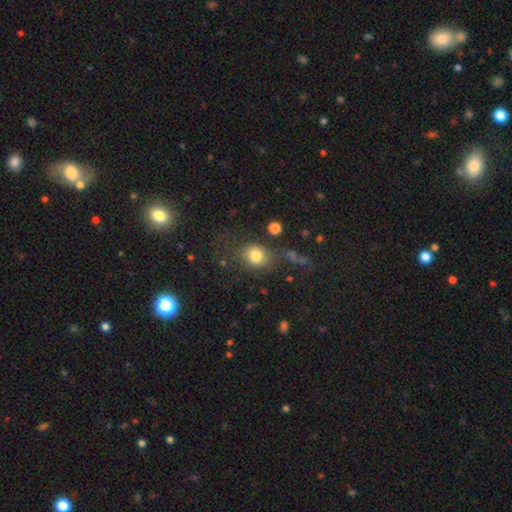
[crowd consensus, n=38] smooth_or_featured: smooth (p=0.76) [alt: featured or disk p=0.24]
how_rounded: round (p=0.52) [alt: in between p=0.48]
merging: none (p=0.63) [alt: minor disturbance p=0.21]